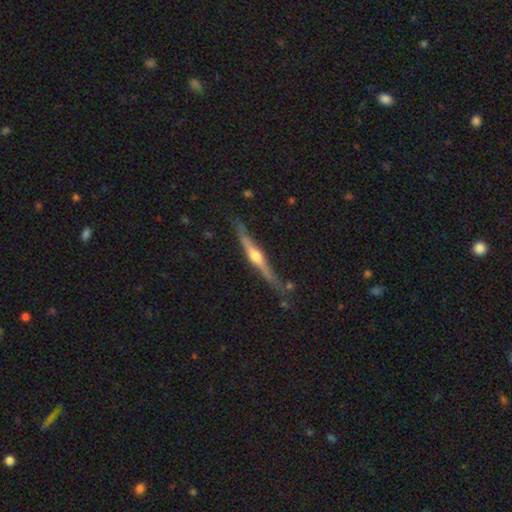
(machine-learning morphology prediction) Smooth or featured? Predicted: featured or disk (p=0.76). Edge-on disk? Predicted: yes (p=0.97). Edge-on bulge? Predicted: rounded (p=0.90). Merging? Predicted: none (p=0.79).